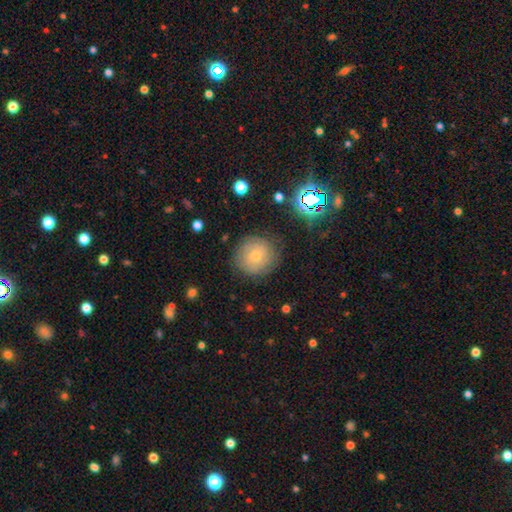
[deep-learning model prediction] A smooth galaxy with no disk features (53%) that is round (92%).

Vote fractions:
- Smooth or featured? smooth: 53% / featured or disk: 29% / star or artifact: 18%
- How rounded? round: 92% / in between: 7% / cigar-shaped: 1%
- Merging? none: 83% / minor disturbance: 12% / major disturbance: 4% / merger: 1%